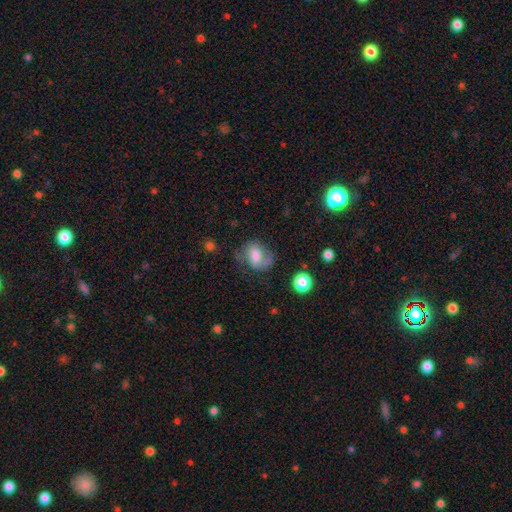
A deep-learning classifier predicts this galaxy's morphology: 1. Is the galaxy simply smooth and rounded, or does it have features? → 57% smooth, 33% featured or disk, 10% star or artifact.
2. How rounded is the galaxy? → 62% in between, 37% round, 1% cigar-shaped.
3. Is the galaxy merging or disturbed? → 48% none, 27% minor disturbance, 21% major disturbance, 4% merger.